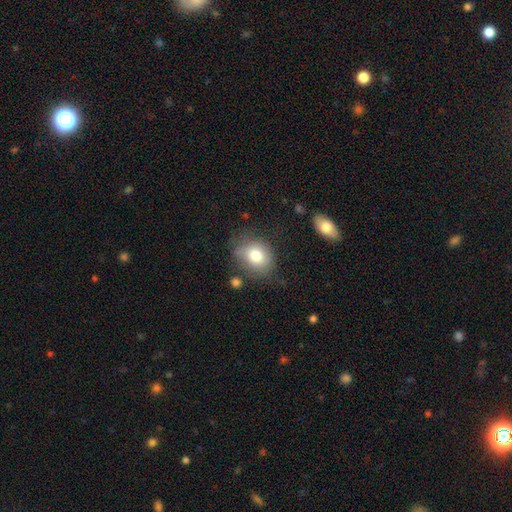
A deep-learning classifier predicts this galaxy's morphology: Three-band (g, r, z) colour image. It shows a smooth galaxy with no disk features (78%) that is round (58%). Merging: none (67%).